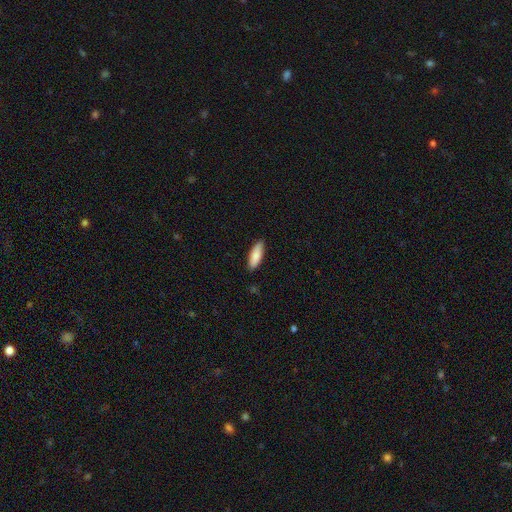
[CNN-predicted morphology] smooth 87%, featured or disk 8%, star or artifact 5%. Down the decision tree: how rounded — in between (59%); merging — none (88%).